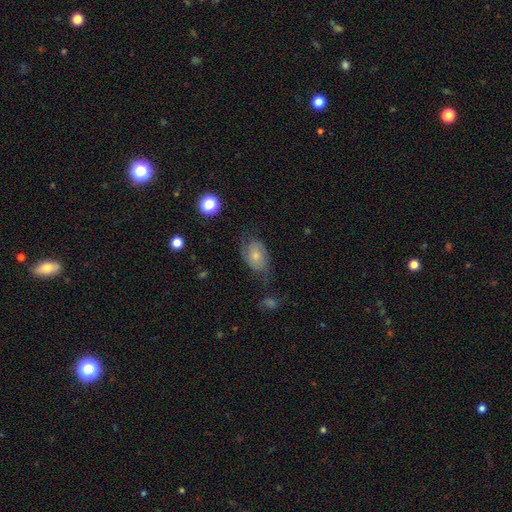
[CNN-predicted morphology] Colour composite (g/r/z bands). It shows a featured or disk galaxy (52%). Merging: none (51%).